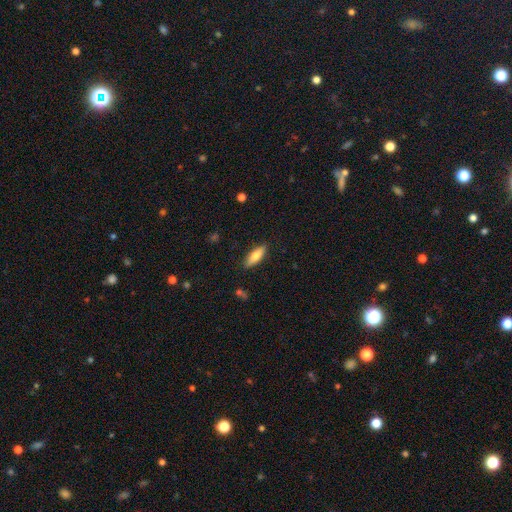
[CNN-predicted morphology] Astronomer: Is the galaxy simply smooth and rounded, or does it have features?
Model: smooth — 70%.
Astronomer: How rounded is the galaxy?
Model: in between — 55% (runner-up: cigar-shaped, 43%).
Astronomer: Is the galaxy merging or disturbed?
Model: none — 88%.